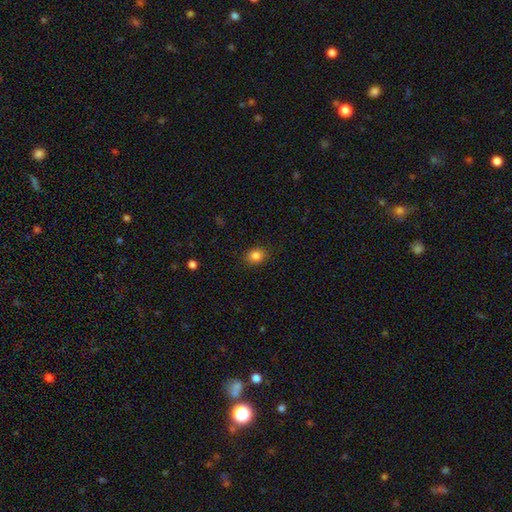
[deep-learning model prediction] smooth 84%, star or artifact 11%, featured or disk 5%. Down the decision tree: how rounded — round (58%); merging — none (87%).